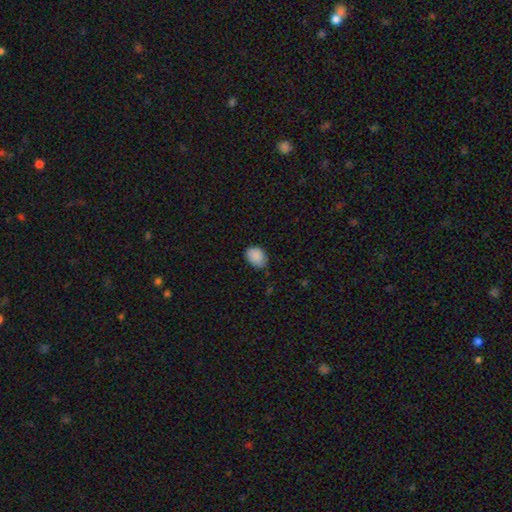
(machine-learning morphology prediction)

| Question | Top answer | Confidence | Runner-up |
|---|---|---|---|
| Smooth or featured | smooth | 89% | star or artifact (8%) |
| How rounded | in between | 73% | round (26%) |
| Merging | none | 66% | minor disturbance (29%) |